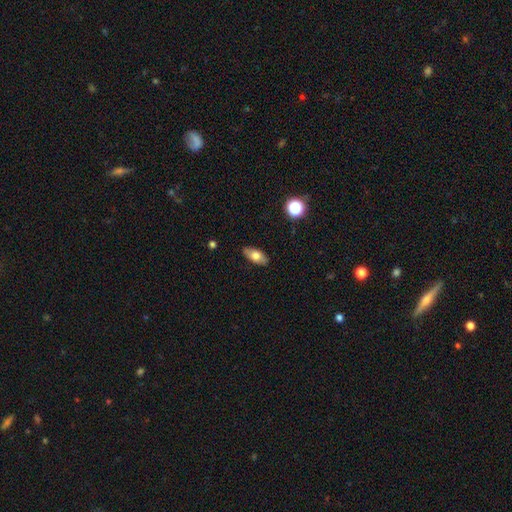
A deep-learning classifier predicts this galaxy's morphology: This appears to be a smooth galaxy with no disk features (71%) that is in between round and cigar-shaped (87%). Merging: none (84%).